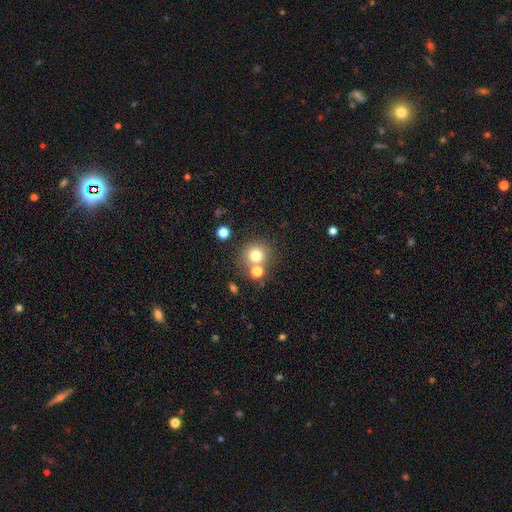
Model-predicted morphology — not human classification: The model was most divided on "merging": none: 67%, merger: 21%, minor disturbance: 9%, major disturbance: 4%. More confident: how rounded — round (90%); smooth or featured — smooth (75%).